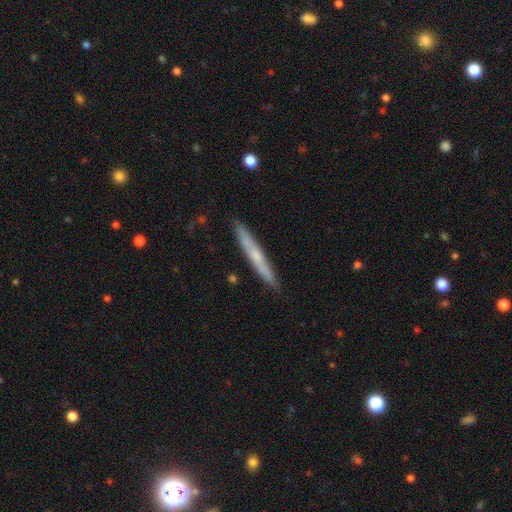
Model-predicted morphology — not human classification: Q: Smooth or featured?
A: featured or disk (51%); runner-up: smooth (43%)
Q: Edge-on disk?
A: yes (93%); runner-up: no (7%)
Q: Merging?
A: none (88%); runner-up: minor disturbance (9%)